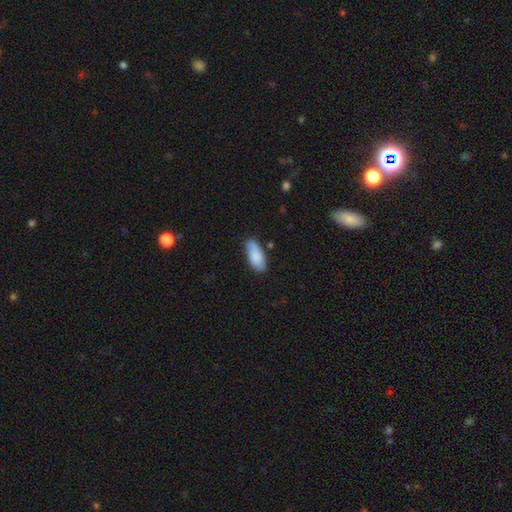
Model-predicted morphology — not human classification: Q: Smooth or featured?
A: smooth (86%); runner-up: featured or disk (8%)
Q: How rounded?
A: in between (85%); runner-up: cigar-shaped (13%)
Q: Merging?
A: none (77%); runner-up: minor disturbance (18%)